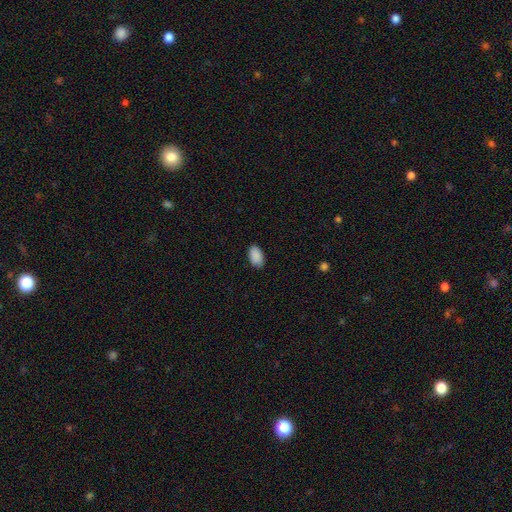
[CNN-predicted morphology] This appears to be a smooth galaxy with no disk features (90%) that is in between round and cigar-shaped (94%). Merging: none (87%).